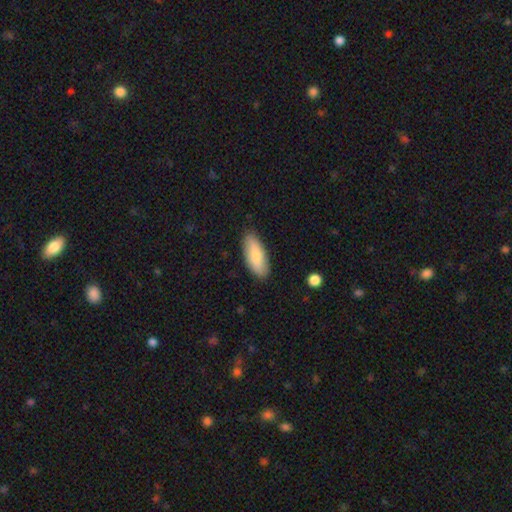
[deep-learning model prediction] A smooth galaxy with no disk features (78%) that is in between round and cigar-shaped (77%). Merging: none (86%).